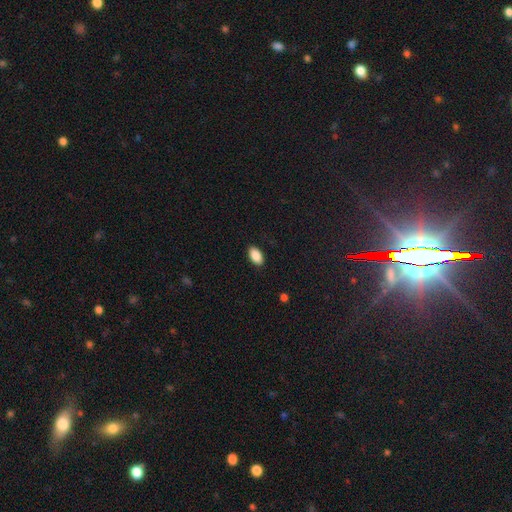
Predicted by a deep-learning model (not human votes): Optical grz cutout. It shows a smooth galaxy with no disk features (89%) that is in between round and cigar-shaped (94%). Merging: none (89%).